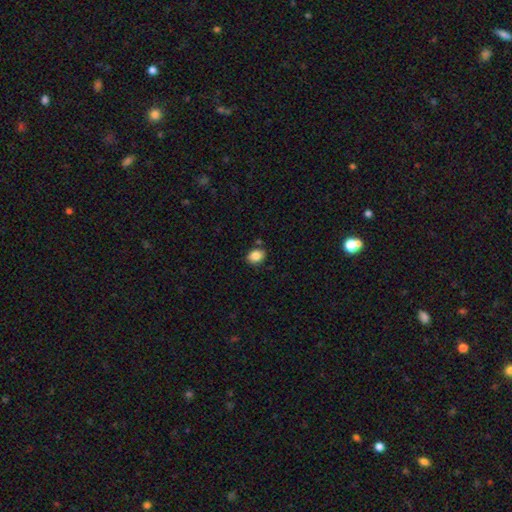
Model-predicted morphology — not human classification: Smooth or featured: smooth — 86% (star or artifact — 9%)
How rounded: in between — 57% (round — 42%)
Merging: none — 82% (minor disturbance — 11%)